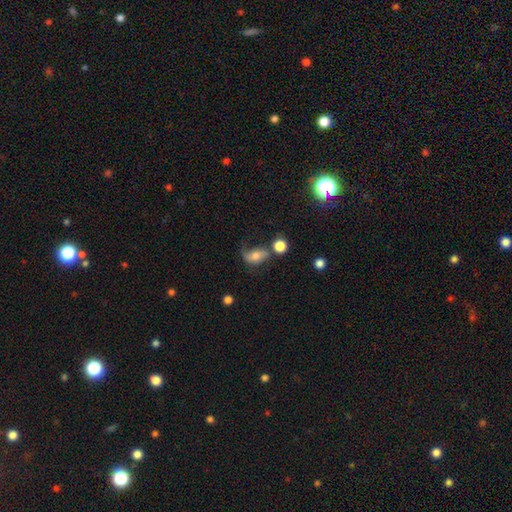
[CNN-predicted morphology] Smooth or featured? smooth (46%)
Merging? none (42%)